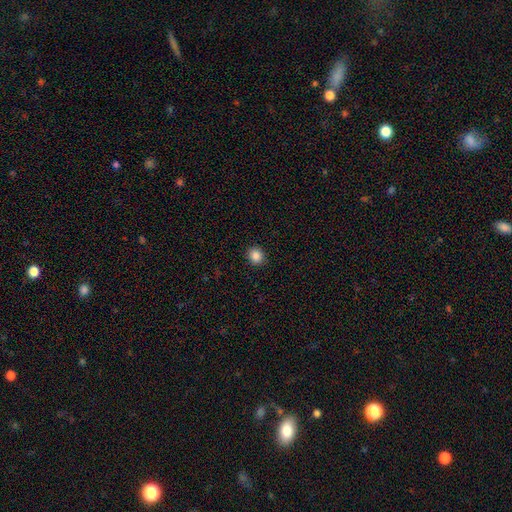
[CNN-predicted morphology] The model was most divided on "how rounded": round: 81%, in between: 19%, cigar-shaped: 1%. More confident: merging — none (91%); smooth or featured — smooth (86%).